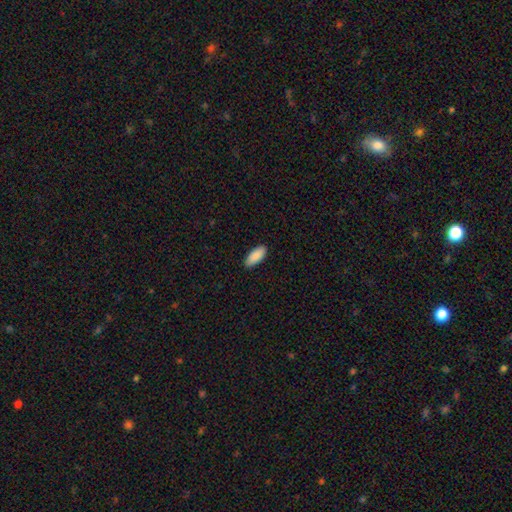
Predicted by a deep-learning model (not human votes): smooth_or_featured: smooth (p=0.91) [alt: star or artifact p=0.06]
how_rounded: in between (p=0.85) [alt: cigar-shaped p=0.14]
merging: none (p=0.90) [alt: minor disturbance p=0.08]